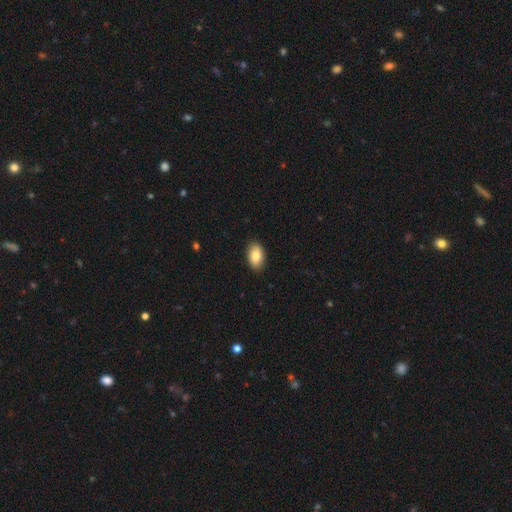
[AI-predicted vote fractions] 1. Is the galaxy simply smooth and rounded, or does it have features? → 84% smooth, 9% featured or disk, 7% star or artifact.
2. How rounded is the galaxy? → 92% in between, 7% round, 2% cigar-shaped.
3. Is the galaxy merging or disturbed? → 90% none, 8% minor disturbance, 2% major disturbance, 1% merger.